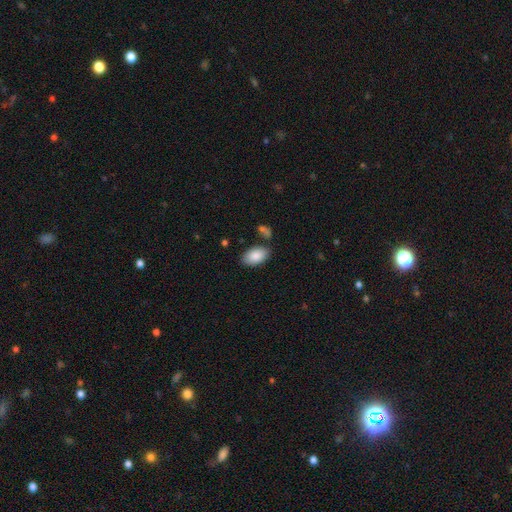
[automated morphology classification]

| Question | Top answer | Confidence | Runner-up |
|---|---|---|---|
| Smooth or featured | smooth | 87% | featured or disk (7%) |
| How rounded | in between | 94% | round (5%) |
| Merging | none | 77% | minor disturbance (14%) |